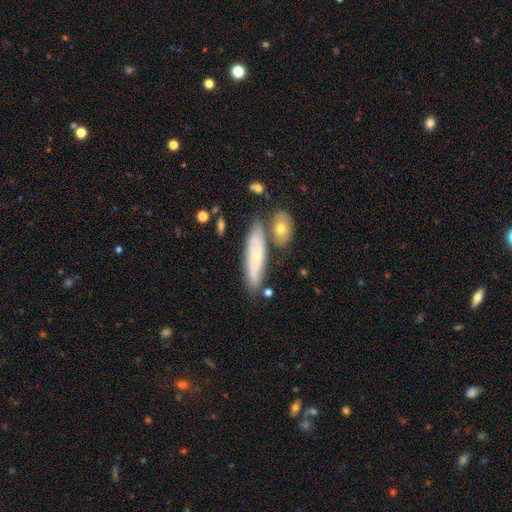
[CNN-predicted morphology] smooth-or-featured: smooth: 49% | featured or disk: 44% | star or artifact: 7%
  merging: none: 67% | minor disturbance: 16% | merger: 14% | major disturbance: 4%